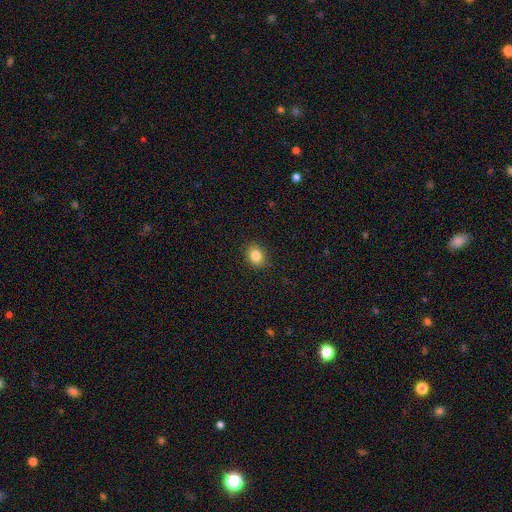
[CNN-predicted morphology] smooth 84%, star or artifact 10%, featured or disk 6%. Down the decision tree: how rounded — round (56%); merging — none (89%).